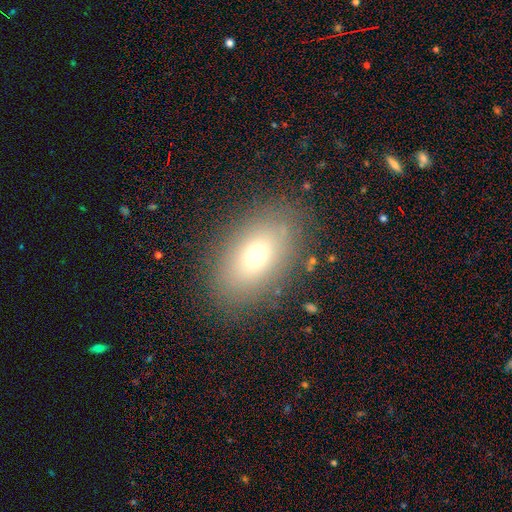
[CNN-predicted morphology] smooth-or-featured: smooth: 69% | featured or disk: 17% | star or artifact: 13%
  how-rounded: in between: 86% | round: 12% | cigar-shaped: 2%
  merging: none: 85% | minor disturbance: 10% | major disturbance: 4% | merger: 1%